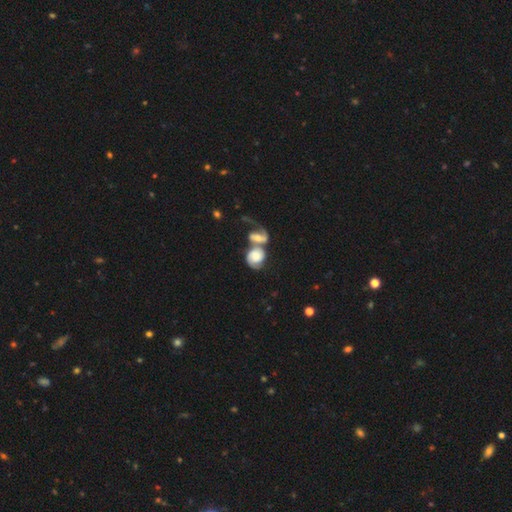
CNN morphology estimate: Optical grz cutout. It shows a featured or disk galaxy (57%) with no bar (68%), spiral arms (84%) and a moderate central bulge (44%). Merging: merger (70%).